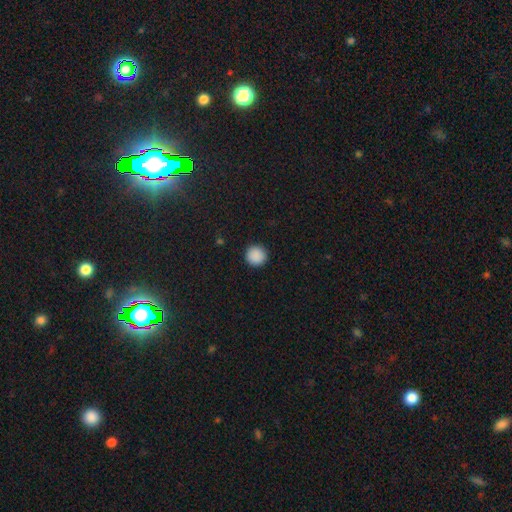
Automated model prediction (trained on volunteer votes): Smooth or featured?
  - smooth: 89% *
  - star or artifact: 9%
  - featured or disk: 2%
How rounded?
  - round: 96% *
  - in between: 4%
  - cigar-shaped: 1%
Merging?
  - none: 92% *
  - minor disturbance: 5%
  - major disturbance: 2%
  - merger: 1%